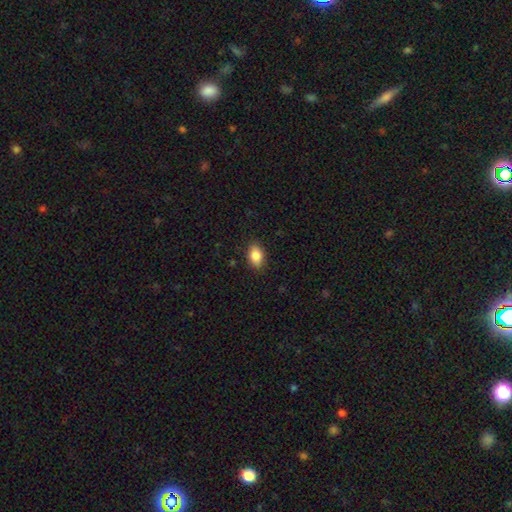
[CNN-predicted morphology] smooth 86%, star or artifact 8%, featured or disk 6%. Down the decision tree: how rounded — in between (86%); merging — none (88%).